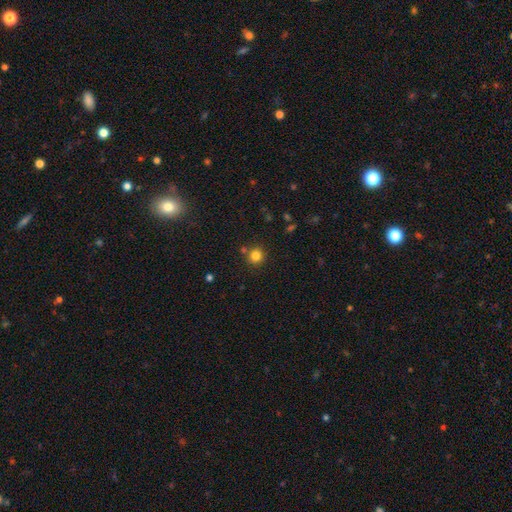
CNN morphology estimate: Smooth or featured?
  - smooth: 82% *
  - star or artifact: 13%
  - featured or disk: 5%
How rounded?
  - round: 91% *
  - in between: 8%
  - cigar-shaped: 1%
Merging?
  - none: 79% *
  - merger: 9%
  - minor disturbance: 9%
  - major disturbance: 3%